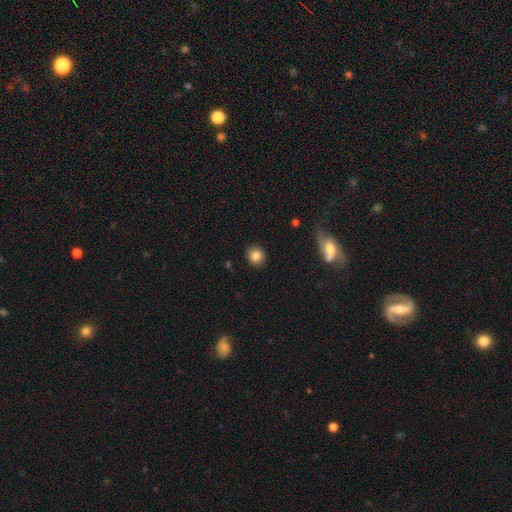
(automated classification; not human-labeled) smooth_or_featured: smooth (p=0.84) [alt: star or artifact p=0.10]
how_rounded: round (p=0.84) [alt: in between p=0.15]
merging: none (p=0.90) [alt: minor disturbance p=0.07]